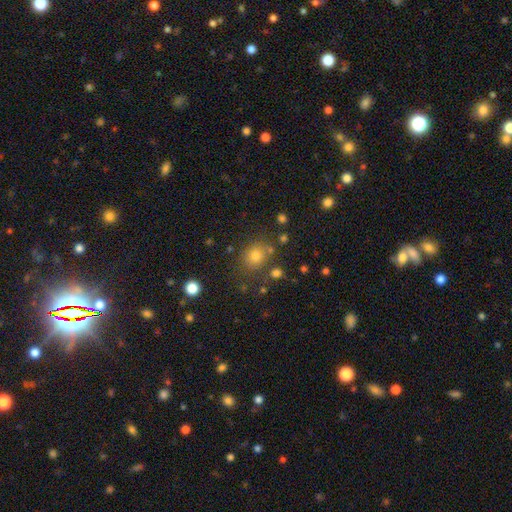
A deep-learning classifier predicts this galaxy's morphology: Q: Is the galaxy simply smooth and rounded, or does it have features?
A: smooth — 73%.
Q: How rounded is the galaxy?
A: round — 72%.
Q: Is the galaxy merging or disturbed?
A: none — 77%.